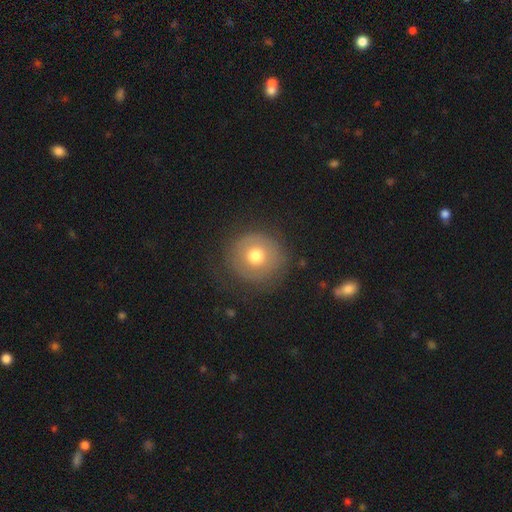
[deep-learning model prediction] Overall: smooth (64%; featured or disk 26%). How rounded: round (94%). Merging: none (76%).